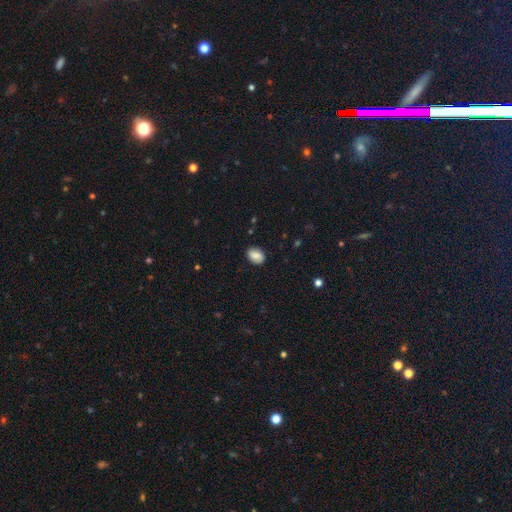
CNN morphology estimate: type=smooth (78%); roundness=in between (75%); merging=none (84%).